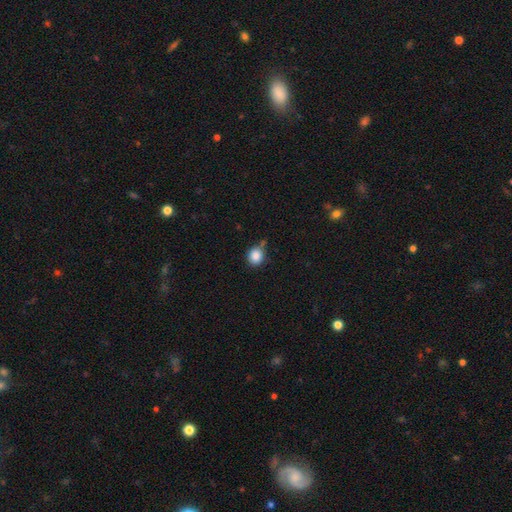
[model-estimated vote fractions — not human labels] smooth-or-featured: smooth: 87% | star or artifact: 9% | featured or disk: 4%
  how-rounded: round: 77% | in between: 22% | cigar-shaped: 1%
  merging: none: 68% | minor disturbance: 19% | merger: 8% | major disturbance: 4%